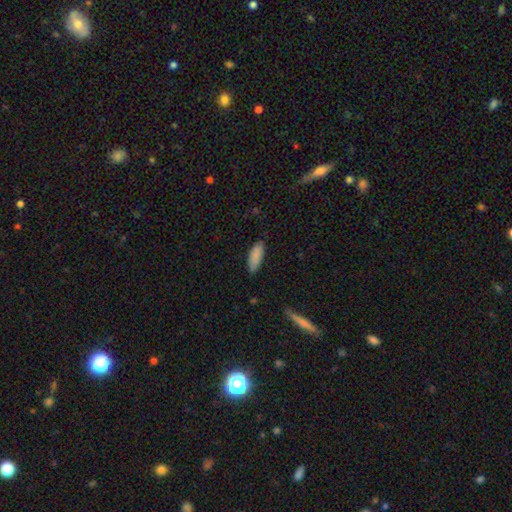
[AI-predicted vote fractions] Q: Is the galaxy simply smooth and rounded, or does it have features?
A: smooth — 87%.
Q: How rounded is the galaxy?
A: in between — 74%.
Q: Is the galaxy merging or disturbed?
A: none — 77%.